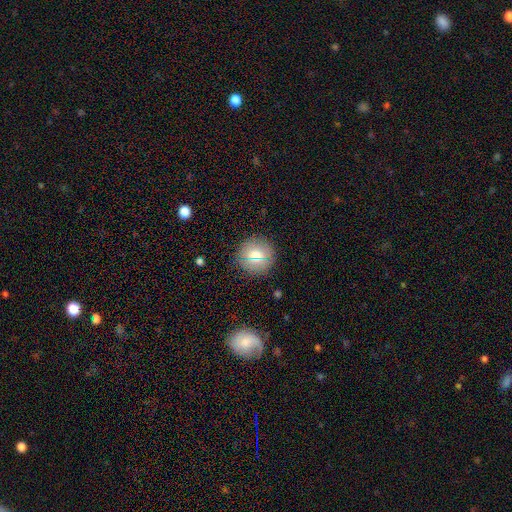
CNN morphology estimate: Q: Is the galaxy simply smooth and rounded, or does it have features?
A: smooth — 72%.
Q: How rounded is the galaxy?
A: round — 91%.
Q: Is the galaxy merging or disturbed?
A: none — 88%.